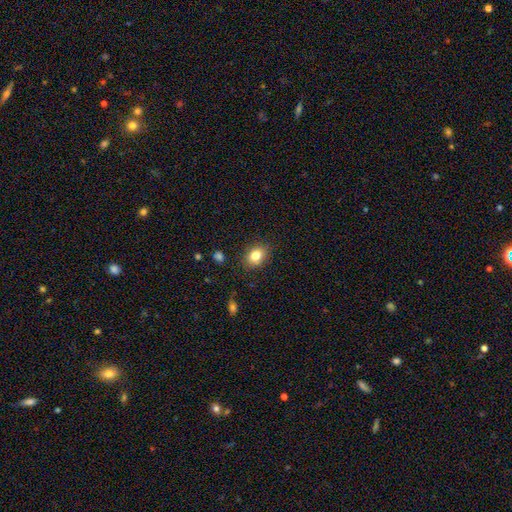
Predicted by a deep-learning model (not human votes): Smooth or featured? smooth (81%)
How rounded? in between (63%)
Merging? none (86%)